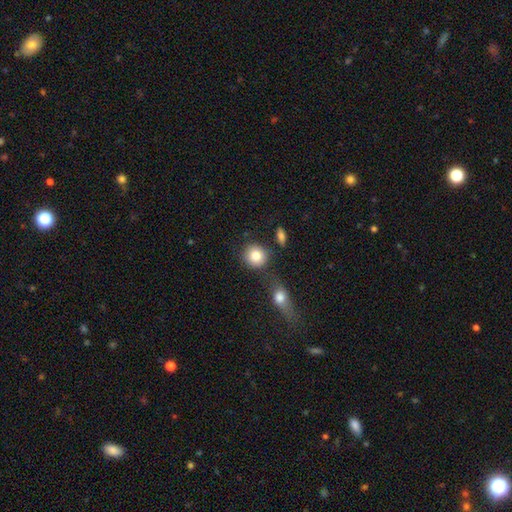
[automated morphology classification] Overall: smooth (84%). How rounded: round (84%). Merging: none (73%).